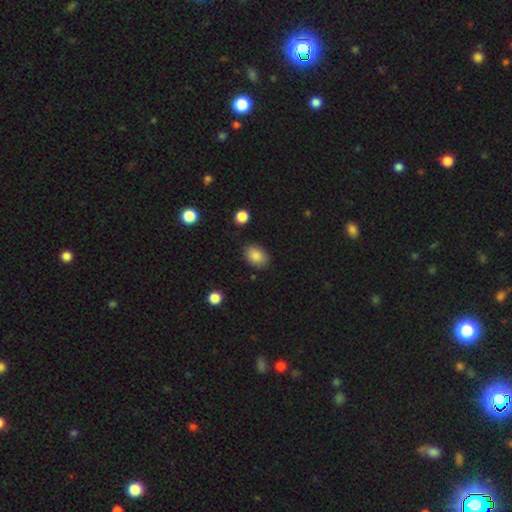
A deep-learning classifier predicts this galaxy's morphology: smooth 86%, star or artifact 9%, featured or disk 6%. Down the decision tree: how rounded — in between (78%); merging — none (84%).